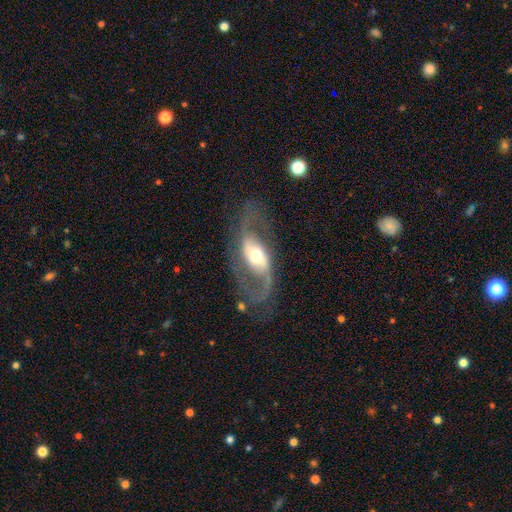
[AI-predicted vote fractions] This is clearly a featured or disk galaxy (84%). It is clearly not viewed edge-on (93%). Bar: marginally weak (35%). Spiral arm pattern: clearly yes (90%). Spiral arm count: clearly 2 (89%). Spiral winding: possibly loose (49%). Central bulge: likely moderate (64%). Merging: likely none (66%).